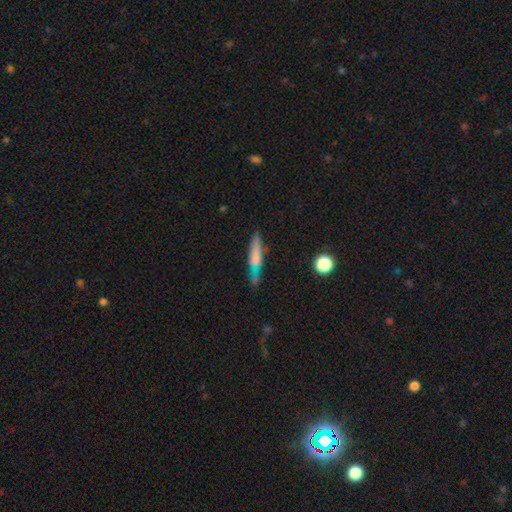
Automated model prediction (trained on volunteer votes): Smooth or featured: smooth — 61% (featured or disk — 30%)
How rounded: cigar-shaped — 85% (in between — 13%)
Merging: none — 65% (minor disturbance — 22%)